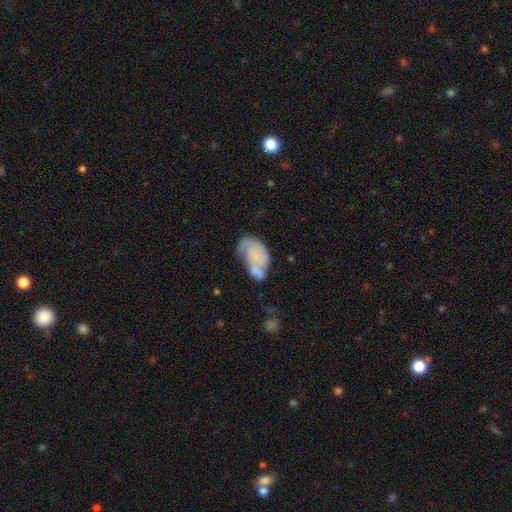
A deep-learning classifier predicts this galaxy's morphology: The model was most divided on "merging": merger: 36%, major disturbance: 22%, none: 21%, minor disturbance: 21%. More confident: how rounded — in between (91%); smooth or featured — smooth (54%).